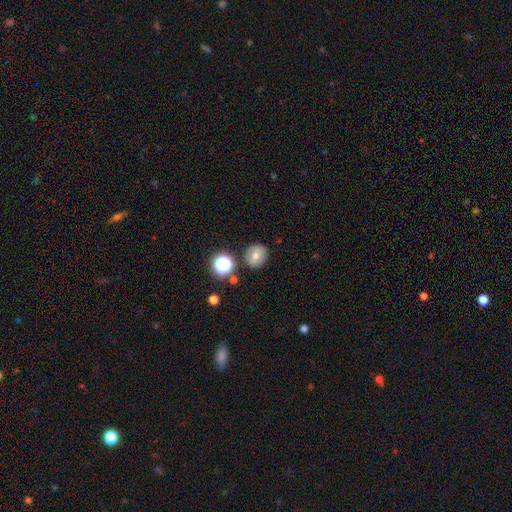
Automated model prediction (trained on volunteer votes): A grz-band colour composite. It shows a smooth galaxy with no disk features (54%) that is round (83%). Merging: none (84%).